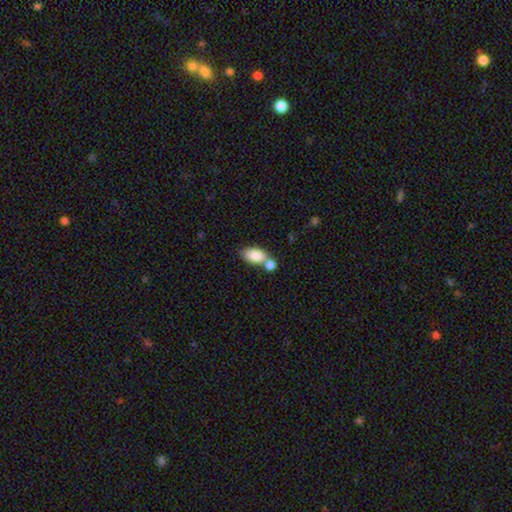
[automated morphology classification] This is clearly a smooth galaxy (83%). How rounded: clearly in between (91%). Merging: marginally none (43%).